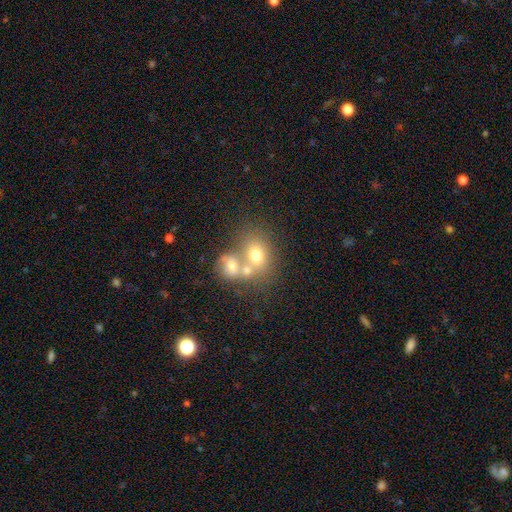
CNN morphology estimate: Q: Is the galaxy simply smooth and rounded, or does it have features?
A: smooth — 65%.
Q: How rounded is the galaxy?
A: round — 50%.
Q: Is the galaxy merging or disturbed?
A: merger — 54%.